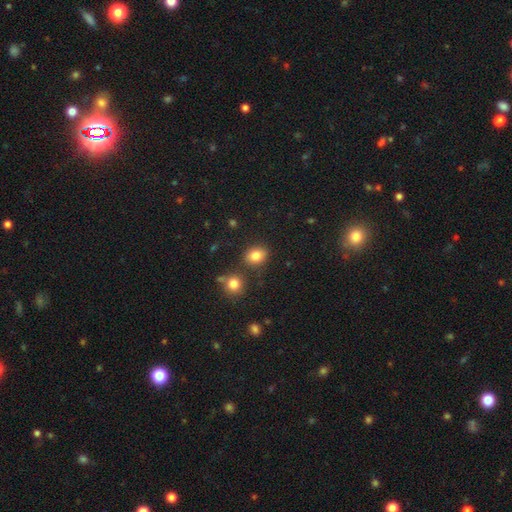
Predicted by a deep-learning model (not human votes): A smooth galaxy with no disk features (83%) that is in between round and cigar-shaped (54%).

Vote fractions:
- Smooth or featured? smooth: 83% / star or artifact: 10% / featured or disk: 6%
- How rounded? in between: 54% / round: 45% / cigar-shaped: 1%
- Merging? none: 79% / minor disturbance: 10% / merger: 7% / major disturbance: 3%